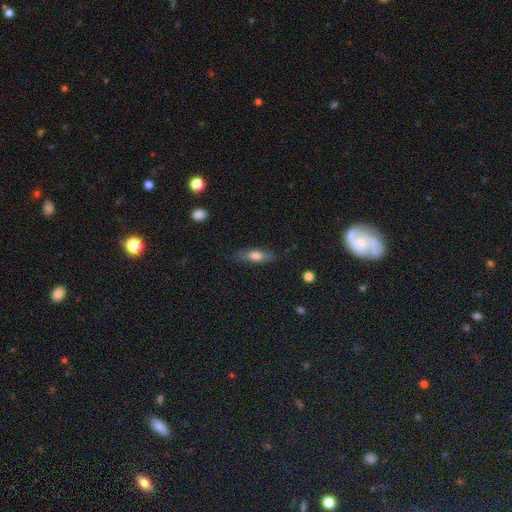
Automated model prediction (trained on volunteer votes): Q: Smooth or featured?
A: smooth (68%); runner-up: featured or disk (25%)
Q: How rounded?
A: in between (54%); runner-up: cigar-shaped (43%)
Q: Merging?
A: none (74%); runner-up: minor disturbance (19%)